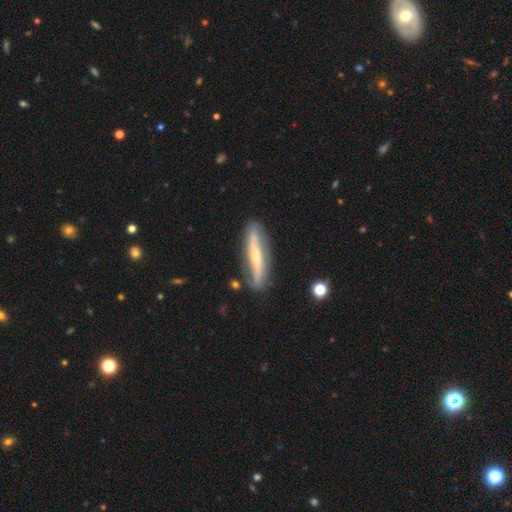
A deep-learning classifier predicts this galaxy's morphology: smooth_or_featured: featured or disk (p=0.66) [alt: smooth p=0.28]
disk_edge_on: yes (p=0.65) [alt: no p=0.35]
merging: none (p=0.80) [alt: minor disturbance p=0.14]